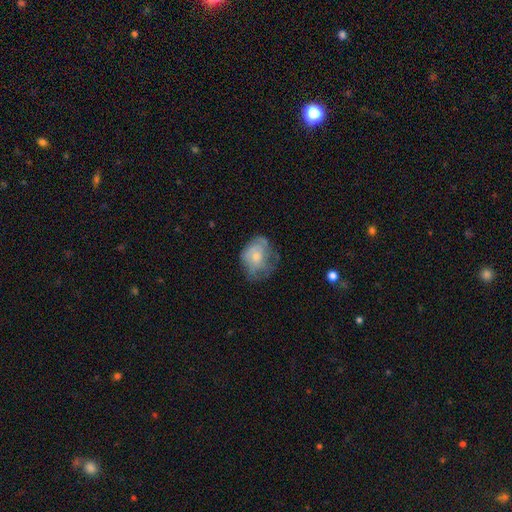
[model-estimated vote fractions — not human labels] This is possibly a smooth galaxy (51%). How rounded: likely in between (61%). Merging: marginally none (44%).